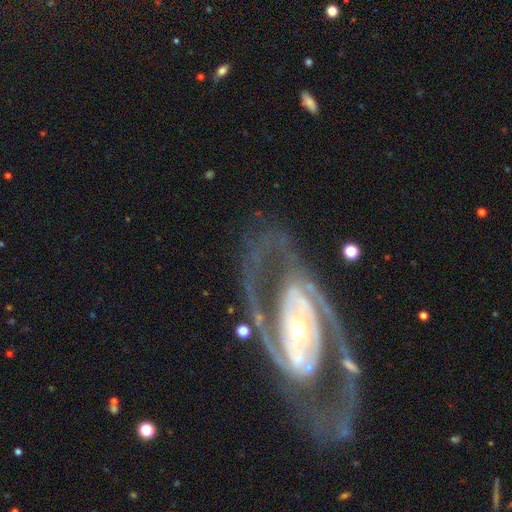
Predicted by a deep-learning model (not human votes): The model was most divided on "bar": no: 38%, strong: 37%, weak: 25%. Remaining: edge-on disk — no (95%); spiral arms — yes (92%); smooth or featured — featured or disk (90%); spiral arm count — 2 (83%); merging — none (67%); bulge size — small (57%); spiral winding — medium (45%).